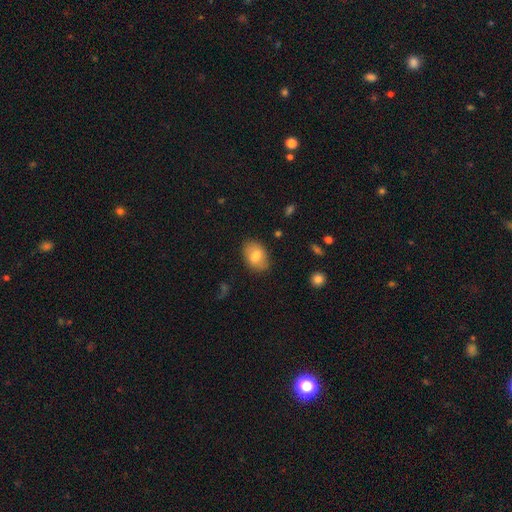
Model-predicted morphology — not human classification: This appears to be a smooth galaxy with no disk features (75%) that is in between round and cigar-shaped (83%). Merging: none (84%).